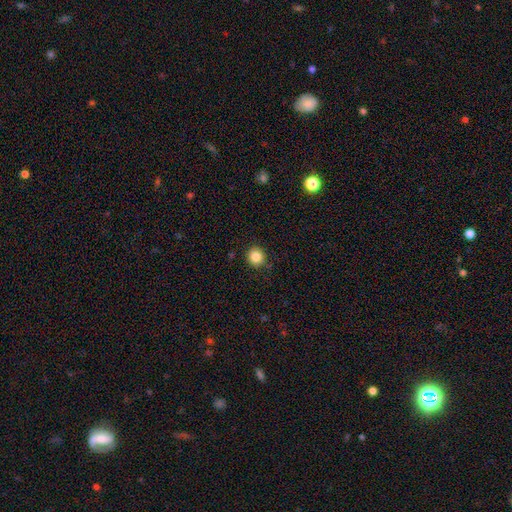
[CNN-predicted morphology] smooth 85%, star or artifact 10%, featured or disk 5%. Down the decision tree: how rounded — round (92%); merging — none (88%).